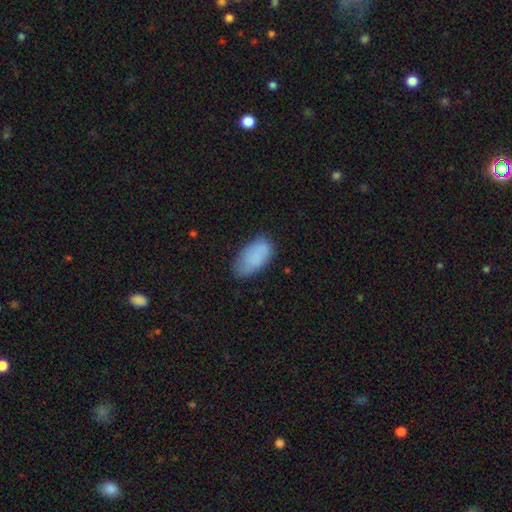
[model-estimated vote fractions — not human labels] This is clearly a smooth galaxy (85%). How rounded: clearly in between (94%). Merging: likely none (69%).